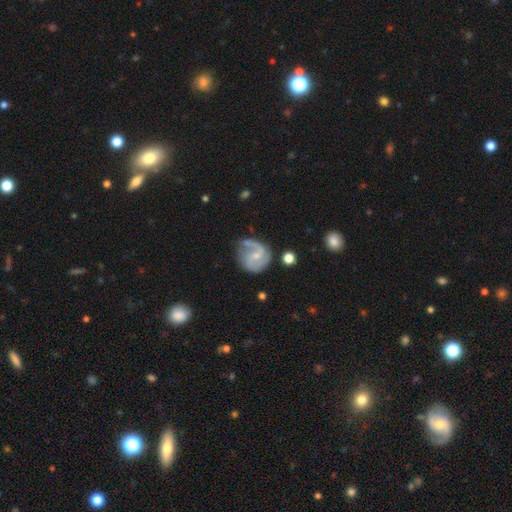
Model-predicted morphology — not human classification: Smooth or featured?
  - featured or disk: 76% *
  - smooth: 18%
  - star or artifact: 6%
Edge-on disk?
  - no: 98% *
  - yes: 2%
Bar?
  - weak: 45% *
  - no: 43%
  - strong: 12%
Spiral arms?
  - yes: 92% *
  - no: 8%
Spiral winding?
  - medium: 48% *
  - loose: 28%
  - tight: 24%
Spiral arm count?
  - 2: 68% *
  - 1: 13%
  - can't tell: 10%
  - 3: 6%
  - 4: 2%
  - more than 4: 2%
Bulge size?
  - small: 66% *
  - moderate: 27%
  - none: 5%
  - large: 1%
  - dominant: 1%
Merging?
  - none: 57% *
  - minor disturbance: 26%
  - major disturbance: 13%
  - merger: 5%